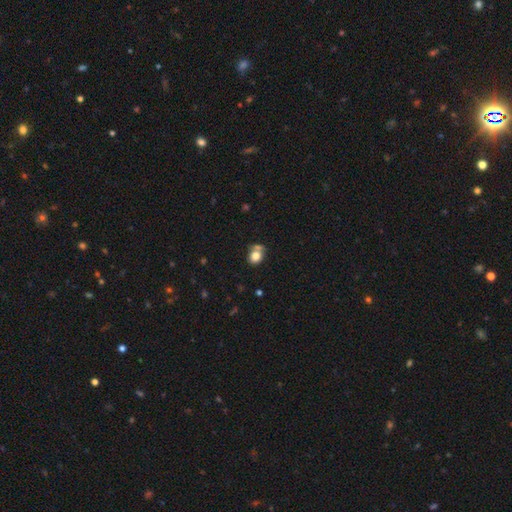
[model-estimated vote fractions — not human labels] The model was most divided on "how rounded": round: 59%, in between: 40%, cigar-shaped: 1%. Remaining: smooth or featured — smooth (79%); merging — none (50%).